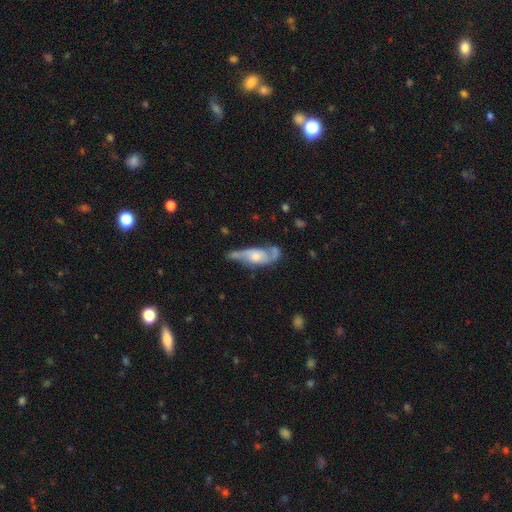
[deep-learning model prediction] Smooth or featured? Predicted: featured or disk (p=0.70). Edge-on disk? Predicted: no (p=0.78). Bar? Predicted: no (p=0.68). Spiral arms? Predicted: yes (p=0.80). Bulge size? Predicted: moderate (p=0.50). Merging? Predicted: none (p=0.44).